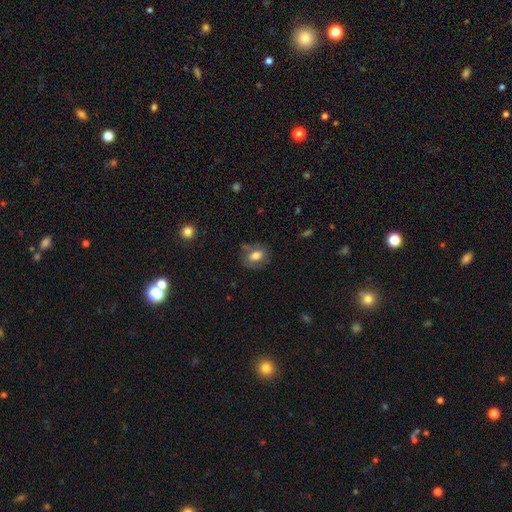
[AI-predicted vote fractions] Morphology: type=smooth (68%); roundness=in between (61%); merging=none (64%).